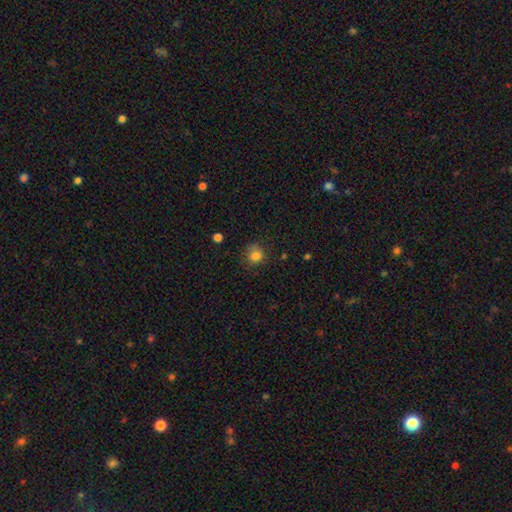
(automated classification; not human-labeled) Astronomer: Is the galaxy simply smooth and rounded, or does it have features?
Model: smooth — 80%.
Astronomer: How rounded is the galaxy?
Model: round — 77%.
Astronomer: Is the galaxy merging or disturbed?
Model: none — 62%.